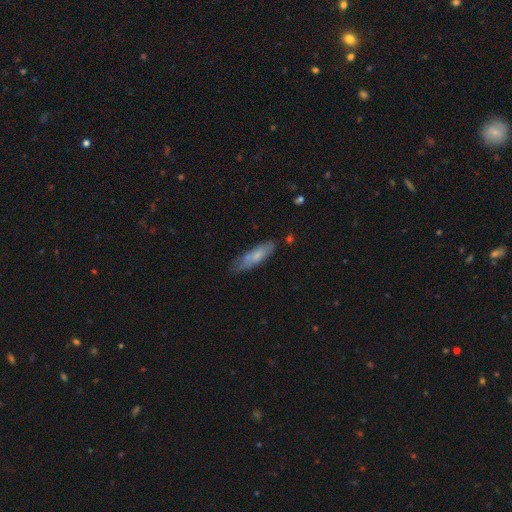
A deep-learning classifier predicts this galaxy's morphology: smooth 67%, featured or disk 27%, star or artifact 6%. Down the decision tree: how rounded — cigar-shaped (58%); merging — none (62%).